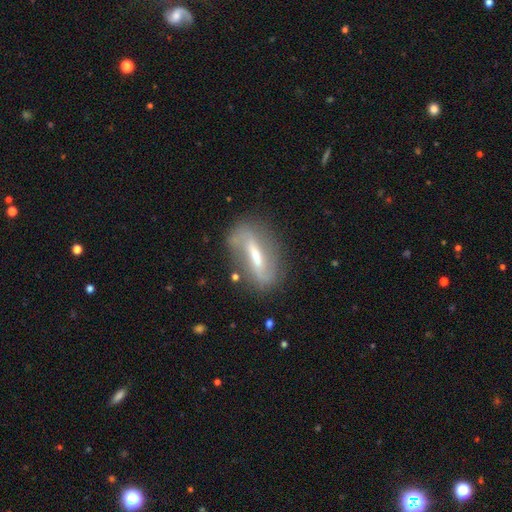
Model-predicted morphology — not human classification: featured or disk 69%, smooth 23%, star or artifact 8%. Down the decision tree: edge-on disk — no (77%); bar — strong (59%); spiral arms — yes (72%); bulge size — moderate (45%); merging — none (69%).